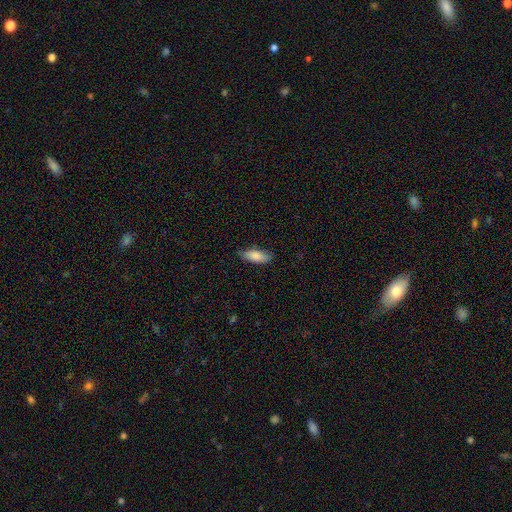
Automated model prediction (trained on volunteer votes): smooth-or-featured: smooth: 84% | featured or disk: 10% | star or artifact: 6%
  how-rounded: in between: 71% | cigar-shaped: 27% | round: 2%
  merging: none: 79% | minor disturbance: 17% | major disturbance: 3% | merger: 1%